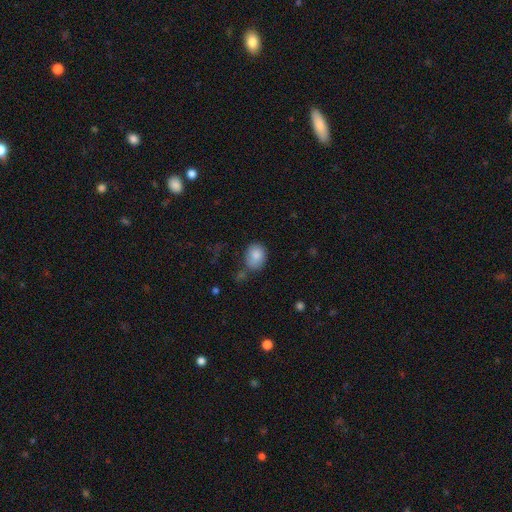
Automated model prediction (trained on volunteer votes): smooth_or_featured: smooth (p=0.86) [alt: star or artifact p=0.08]
how_rounded: in between (p=0.51) [alt: round p=0.48]
merging: none (p=0.60) [alt: minor disturbance p=0.22]